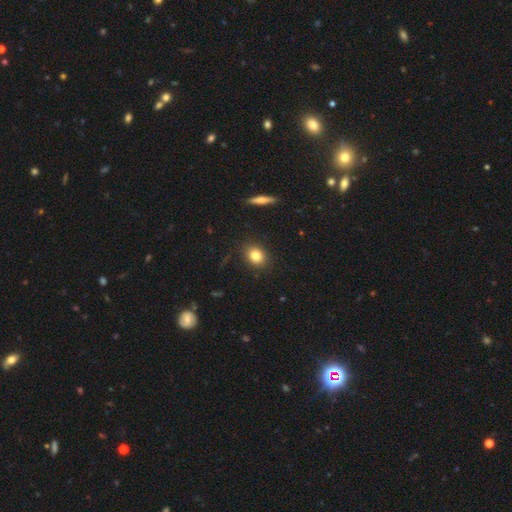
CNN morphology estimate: A smooth galaxy with no disk features (81%) that is round (62%).

Vote fractions:
- Smooth or featured? smooth: 81% / star or artifact: 10% / featured or disk: 8%
- How rounded? round: 62% / in between: 36% / cigar-shaped: 2%
- Merging? none: 88% / minor disturbance: 9% / major disturbance: 2% / merger: 1%